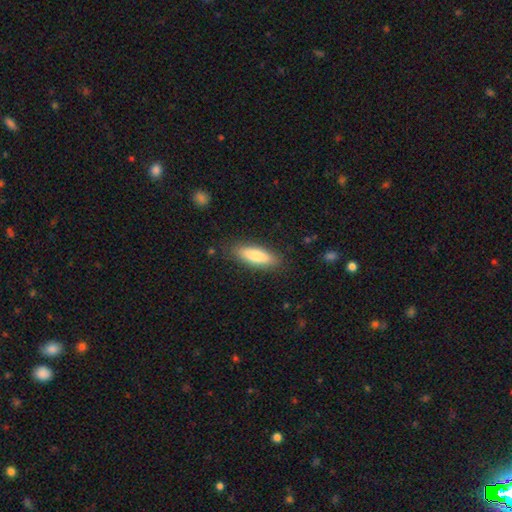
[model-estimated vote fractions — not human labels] Smooth or featured?
  - smooth: 78% *
  - featured or disk: 16%
  - star or artifact: 6%
How rounded?
  - cigar-shaped: 52% *
  - in between: 46%
  - round: 2%
Merging?
  - none: 87% *
  - minor disturbance: 10%
  - major disturbance: 2%
  - merger: 1%